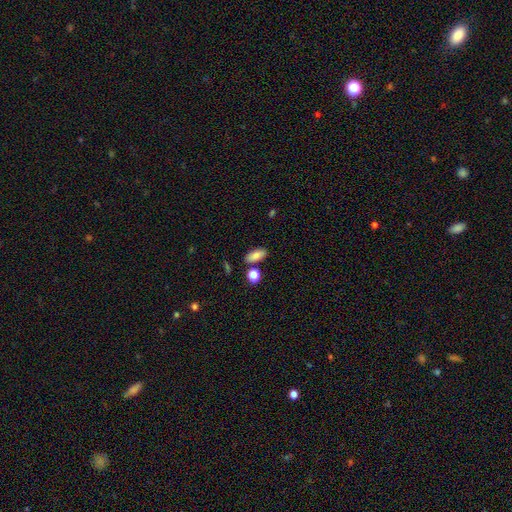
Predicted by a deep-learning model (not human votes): This appears to be a smooth galaxy with no disk features (84%) that is in between round and cigar-shaped (85%). Merging: none (79%).